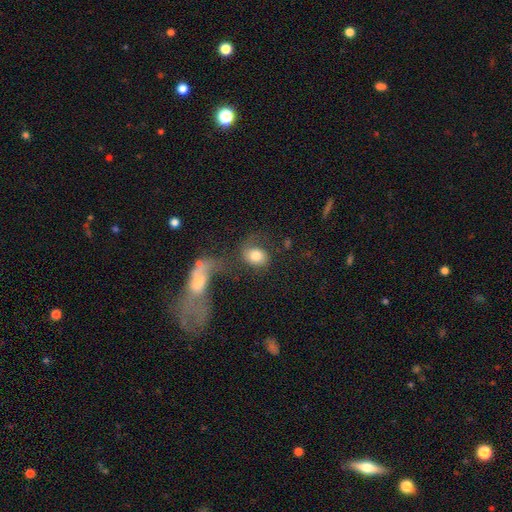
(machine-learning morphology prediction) The model was most divided on "how rounded": in between: 52%, round: 46%, cigar-shaped: 1%. Remaining: smooth or featured — smooth (71%); merging — none (39%).